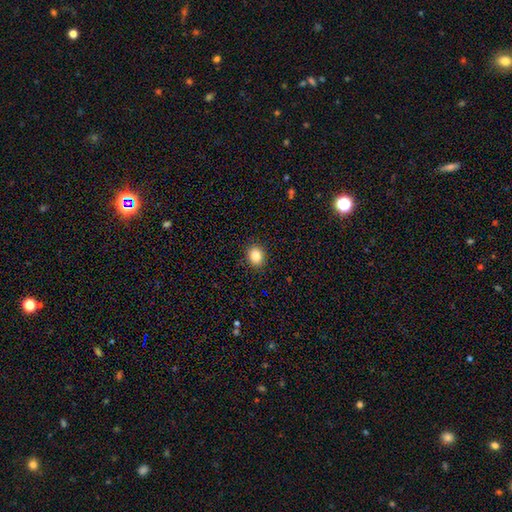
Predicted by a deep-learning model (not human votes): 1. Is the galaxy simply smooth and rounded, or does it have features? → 84% smooth, 10% star or artifact, 6% featured or disk.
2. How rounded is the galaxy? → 59% round, 40% in between, 1% cigar-shaped.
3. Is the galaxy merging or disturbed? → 91% none, 7% minor disturbance, 2% major disturbance, 1% merger.